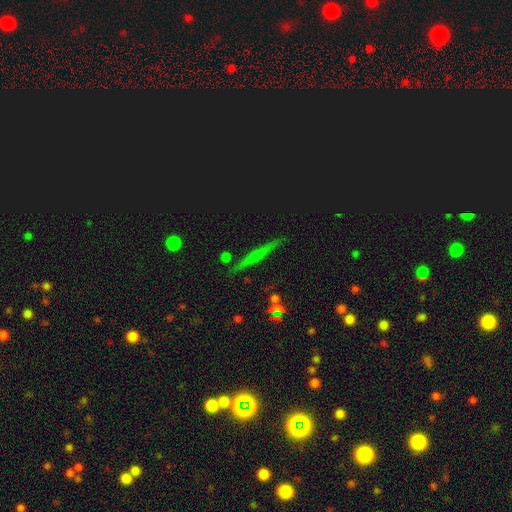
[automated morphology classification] featured or disk 41%, smooth 34%, star or artifact 25%. Down the decision tree: merging — none (87%).